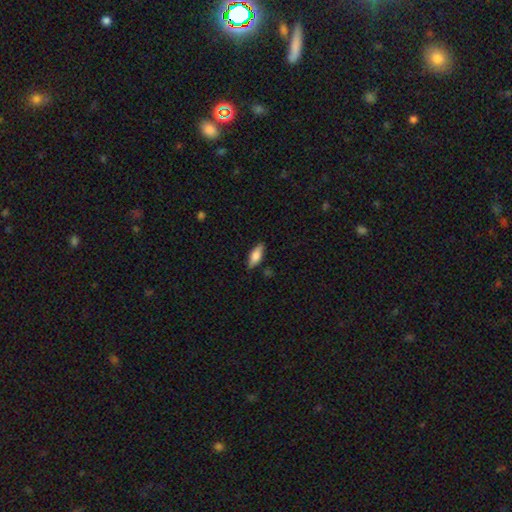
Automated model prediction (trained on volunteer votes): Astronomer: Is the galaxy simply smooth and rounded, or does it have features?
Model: smooth — 76%.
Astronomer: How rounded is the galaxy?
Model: in between — 77%.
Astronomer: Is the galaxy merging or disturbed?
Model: none — 79%.